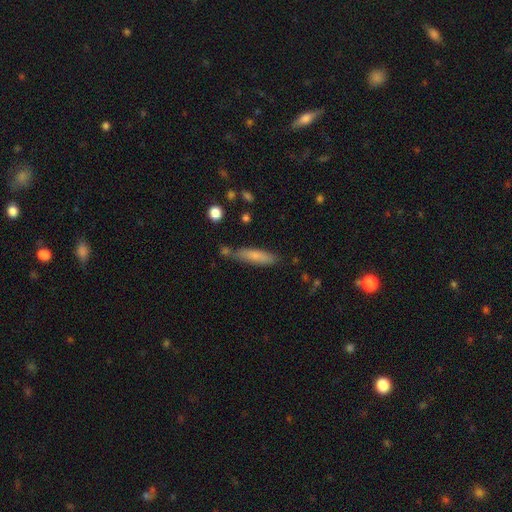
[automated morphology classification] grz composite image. It shows a smooth galaxy with no disk features (72%) that is cigar-shaped (75%). Merging: none (68%).